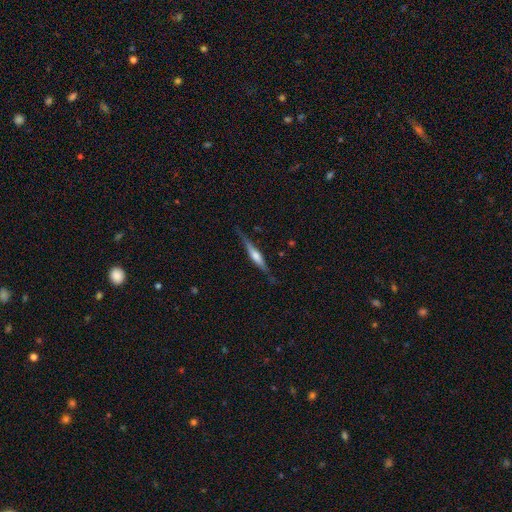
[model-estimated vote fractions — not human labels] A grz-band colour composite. It shows a featured or disk galaxy (66%) viewed edge-on (97%) with a rounded central bulge (71%). Merging: none (77%).